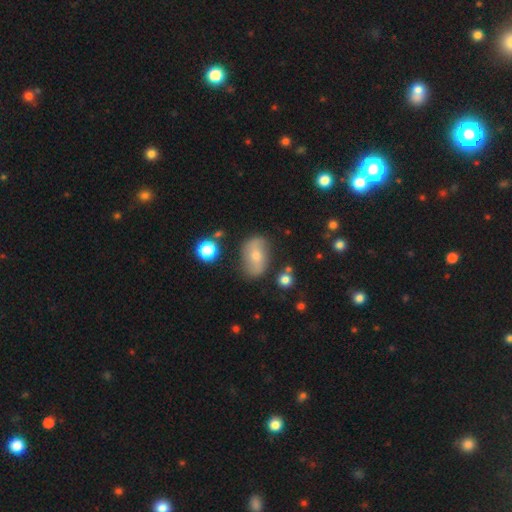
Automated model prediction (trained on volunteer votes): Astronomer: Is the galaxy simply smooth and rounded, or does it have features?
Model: featured or disk — 49% (runner-up: smooth, 43%).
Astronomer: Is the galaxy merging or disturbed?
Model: none — 73%.